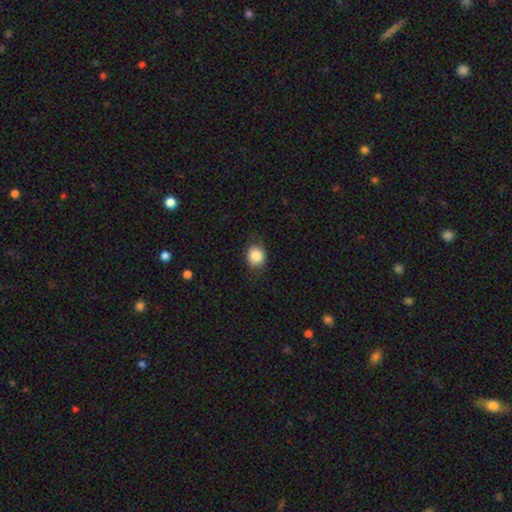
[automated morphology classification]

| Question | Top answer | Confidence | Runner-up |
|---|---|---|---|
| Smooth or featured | smooth | 84% | star or artifact (9%) |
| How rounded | round | 67% | in between (32%) |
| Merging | none | 74% | minor disturbance (20%) |